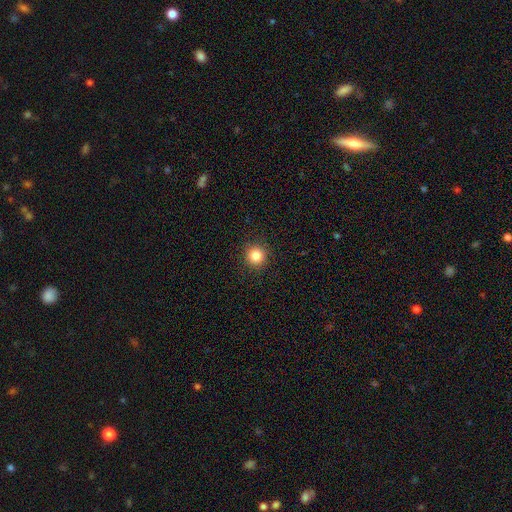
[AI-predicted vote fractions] Smooth or featured? smooth (85%)
How rounded? round (95%)
Merging? none (92%)